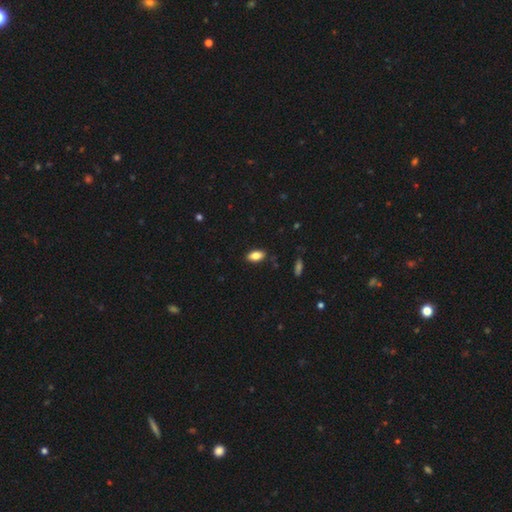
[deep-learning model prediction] smooth-or-featured: smooth: 84% | star or artifact: 8% | featured or disk: 8%
  how-rounded: in between: 91% | cigar-shaped: 5% | round: 4%
  merging: none: 86% | minor disturbance: 10% | major disturbance: 2% | merger: 1%